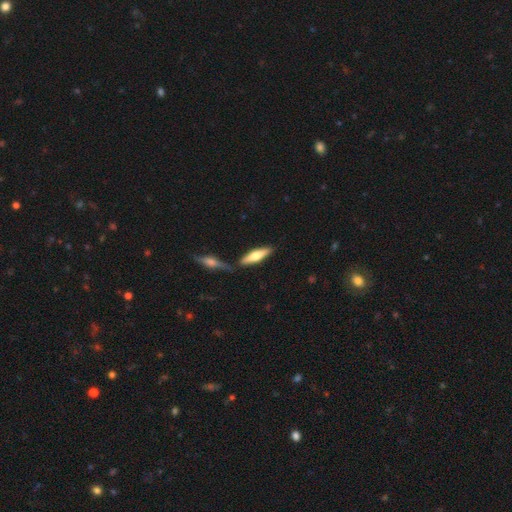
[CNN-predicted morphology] A smooth galaxy with no disk features (57%) that is cigar-shaped (64%).

Vote fractions:
- Smooth or featured? smooth: 57% / featured or disk: 37% / star or artifact: 5%
- How rounded? cigar-shaped: 64% / in between: 34% / round: 2%
- Merging? none: 71% / merger: 15% / minor disturbance: 11% / major disturbance: 3%